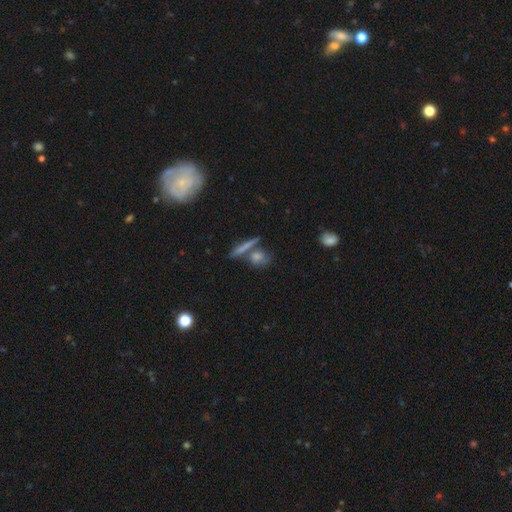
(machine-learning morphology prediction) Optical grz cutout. It shows a smooth galaxy with no disk features (55%) that is round (41%). Merging: none (62%).